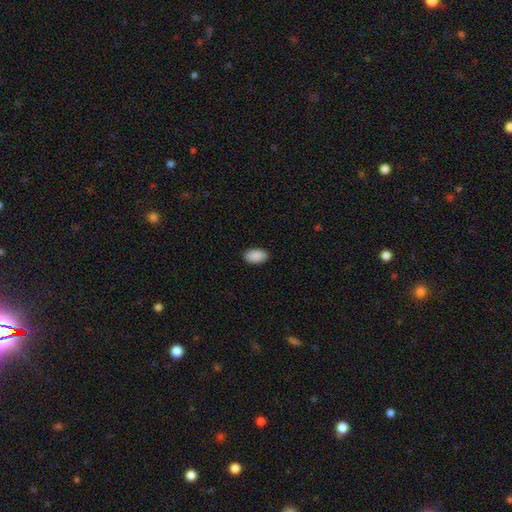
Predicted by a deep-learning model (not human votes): Morphology: type=smooth (91%); roundness=in between (94%); merging=none (90%).